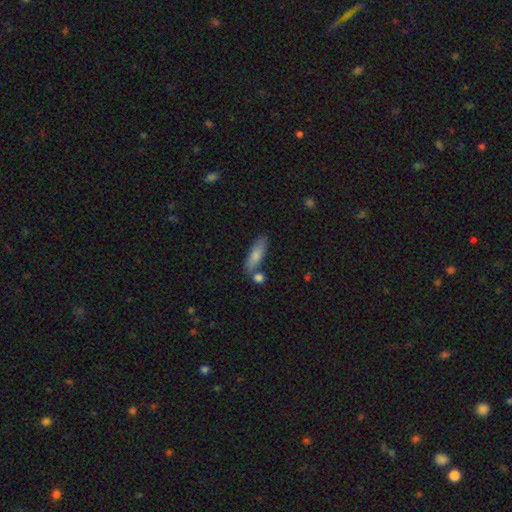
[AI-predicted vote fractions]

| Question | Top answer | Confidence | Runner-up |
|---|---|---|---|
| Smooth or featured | smooth | 80% | featured or disk (14%) |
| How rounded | cigar-shaped | 52% | in between (45%) |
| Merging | none | 69% | minor disturbance (15%) |